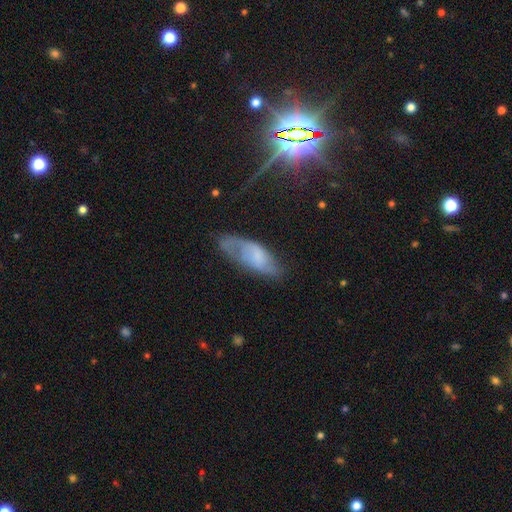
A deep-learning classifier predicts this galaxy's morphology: smooth-or-featured: featured or disk: 48% | smooth: 39% | star or artifact: 13%
  merging: none: 58% | minor disturbance: 28% | major disturbance: 12% | merger: 2%